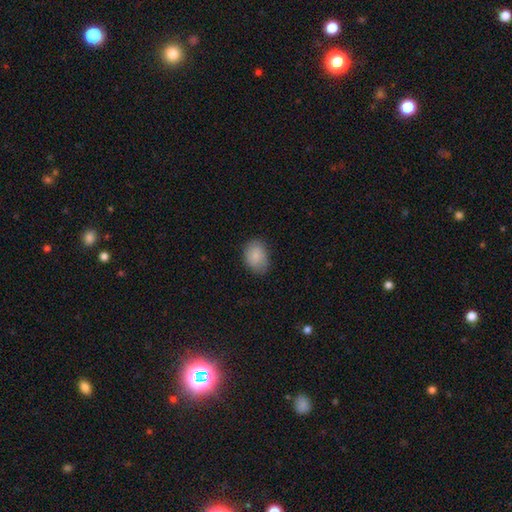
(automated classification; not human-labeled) smooth_or_featured: smooth (p=0.84) [alt: featured or disk p=0.09]
how_rounded: in between (p=0.74) [alt: round p=0.25]
merging: none (p=0.80) [alt: minor disturbance p=0.16]